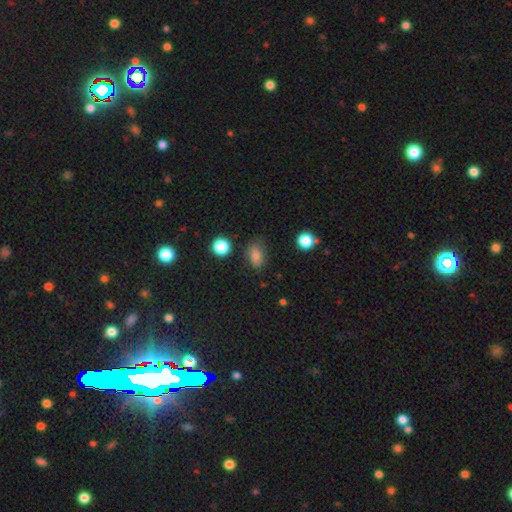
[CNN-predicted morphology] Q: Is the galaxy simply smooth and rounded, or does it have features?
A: smooth — 76%.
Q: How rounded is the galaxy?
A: in between — 77%.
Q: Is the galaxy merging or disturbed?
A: none — 70%.